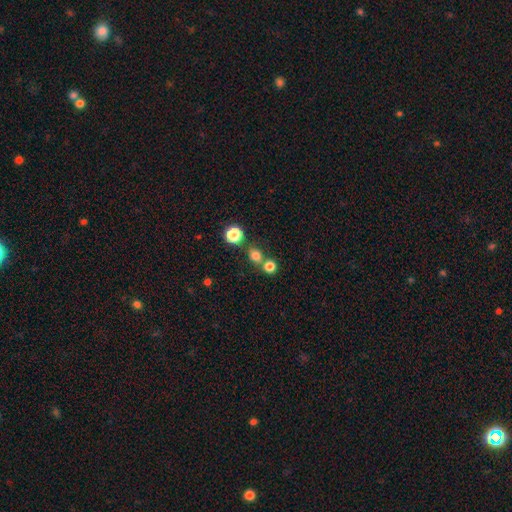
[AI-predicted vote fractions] Q: Smooth or featured?
A: smooth (77%); runner-up: star or artifact (17%)
Q: How rounded?
A: round (80%); runner-up: in between (19%)
Q: Merging?
A: none (63%); runner-up: merger (26%)